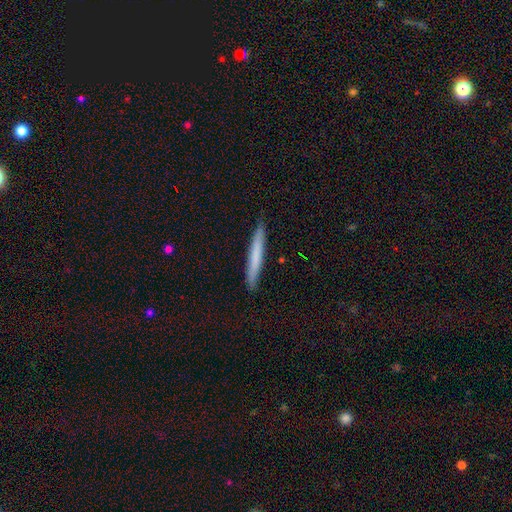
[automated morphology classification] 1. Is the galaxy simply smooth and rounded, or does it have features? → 68% smooth, 26% featured or disk, 6% star or artifact.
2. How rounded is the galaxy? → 97% cigar-shaped, 2% in between, 1% round.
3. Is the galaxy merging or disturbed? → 90% none, 7% minor disturbance, 1% major disturbance, 1% merger.